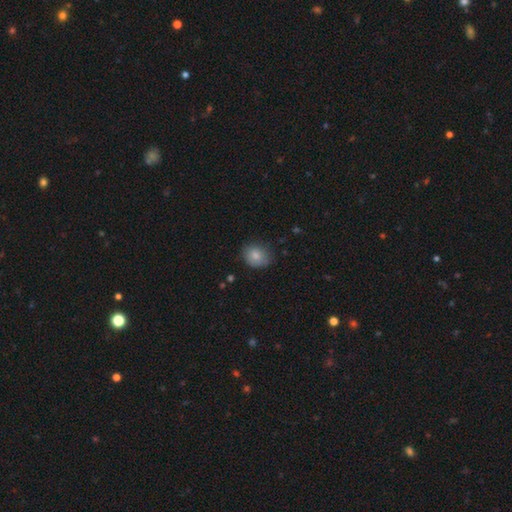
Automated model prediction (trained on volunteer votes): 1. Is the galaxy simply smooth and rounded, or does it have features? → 81% smooth, 10% featured or disk, 8% star or artifact.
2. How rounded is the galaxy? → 56% round, 44% in between, 1% cigar-shaped.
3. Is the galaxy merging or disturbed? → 73% none, 22% minor disturbance, 4% major disturbance, 1% merger.